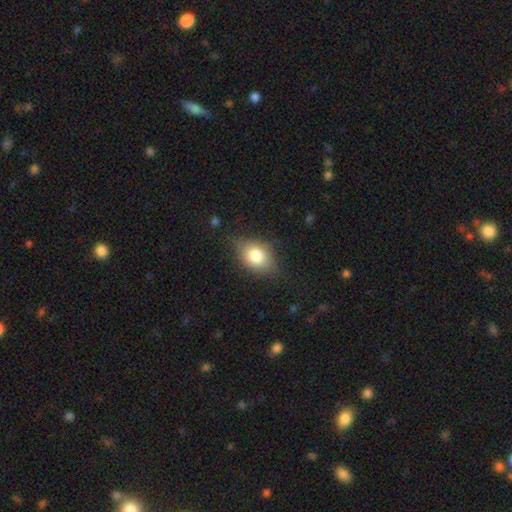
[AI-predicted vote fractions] smooth_or_featured: smooth (p=0.78) [alt: featured or disk p=0.13]
how_rounded: in between (p=0.76) [alt: round p=0.22]
merging: none (p=0.73) [alt: minor disturbance p=0.21]